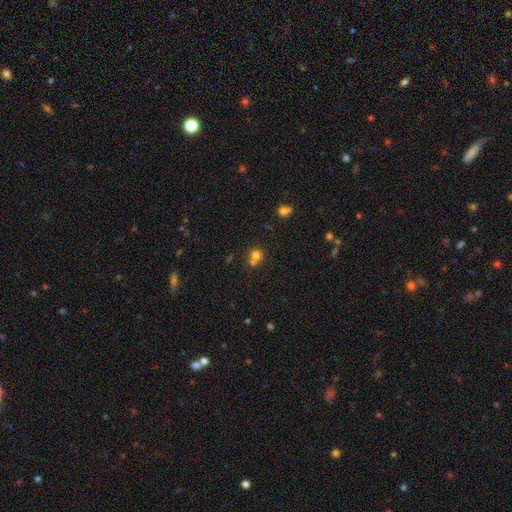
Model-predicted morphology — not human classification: smooth-or-featured: smooth: 71% | star or artifact: 17% | featured or disk: 12%
  how-rounded: round: 86% | in between: 14% | cigar-shaped: 1%
  merging: merger: 47% | none: 44% | minor disturbance: 6% | major disturbance: 3%